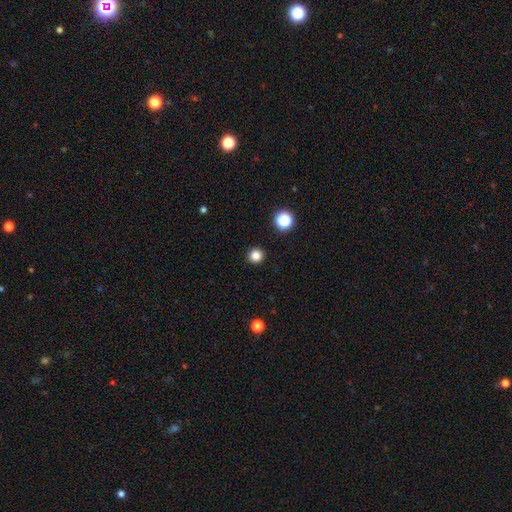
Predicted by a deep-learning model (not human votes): Smooth or featured: smooth — 83% (star or artifact — 13%)
How rounded: round — 94% (in between — 5%)
Merging: none — 93% (minor disturbance — 4%)